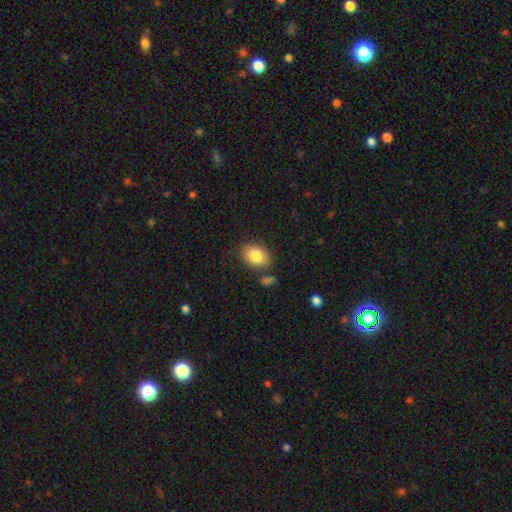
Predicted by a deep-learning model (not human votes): A smooth galaxy with no disk features (83%) that is in between round and cigar-shaped (78%).

Vote fractions:
- Smooth or featured? smooth: 83% / featured or disk: 9% / star or artifact: 8%
- How rounded? in between: 78% / round: 21% / cigar-shaped: 1%
- Merging? none: 77% / minor disturbance: 13% / merger: 6% / major disturbance: 3%